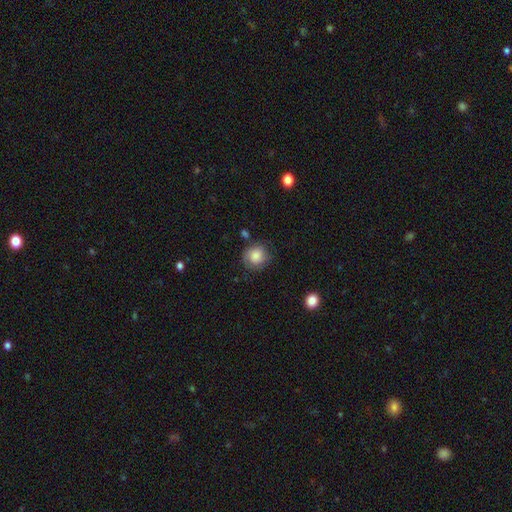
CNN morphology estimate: type=smooth (80%); roundness=round (82%); merging=none (73%).